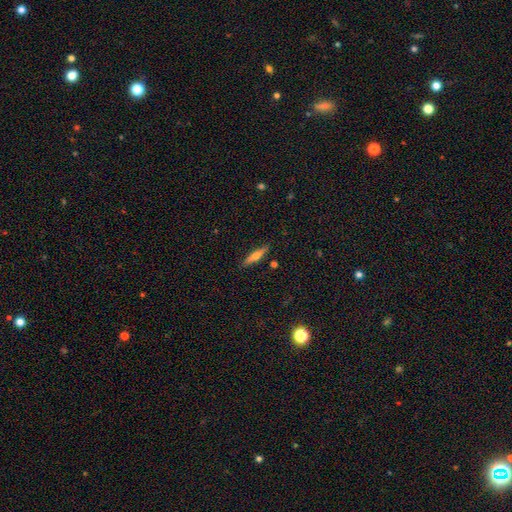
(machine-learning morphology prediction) A smooth galaxy with no disk features (49%). Merging: none (88%).